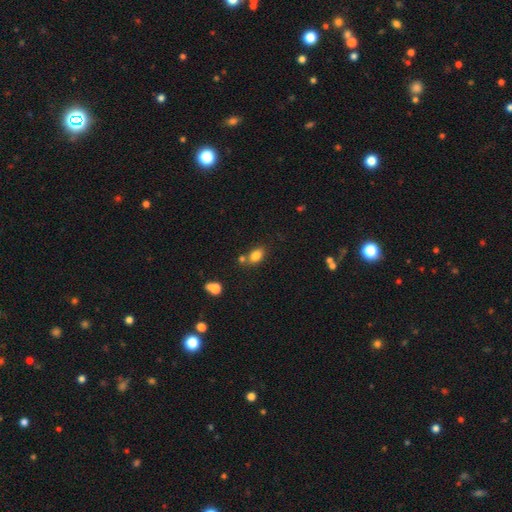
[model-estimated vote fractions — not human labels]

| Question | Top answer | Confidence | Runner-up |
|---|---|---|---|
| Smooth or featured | smooth | 82% | star or artifact (10%) |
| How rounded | in between | 80% | round (18%) |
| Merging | none | 62% | merger (21%) |